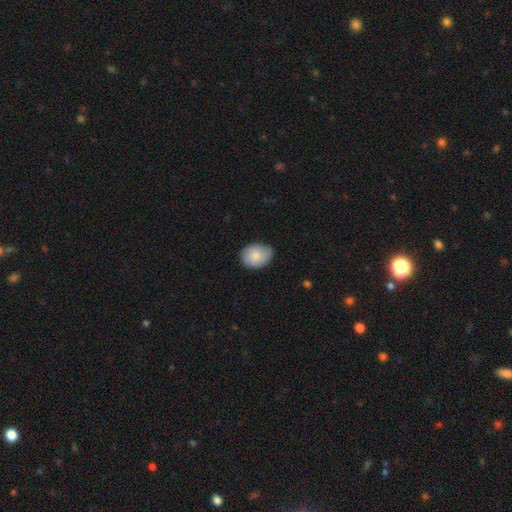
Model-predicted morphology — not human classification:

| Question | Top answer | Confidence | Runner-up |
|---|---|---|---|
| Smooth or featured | smooth | 82% | featured or disk (12%) |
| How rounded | in between | 63% | round (36%) |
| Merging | none | 73% | minor disturbance (22%) |